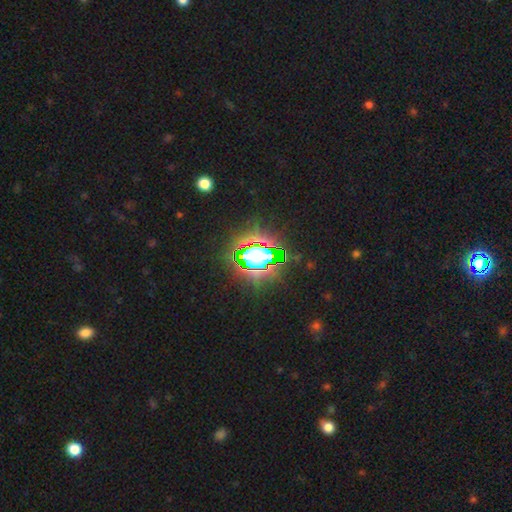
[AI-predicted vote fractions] smooth-or-featured: star or artifact: 73% | smooth: 16% | featured or disk: 10%